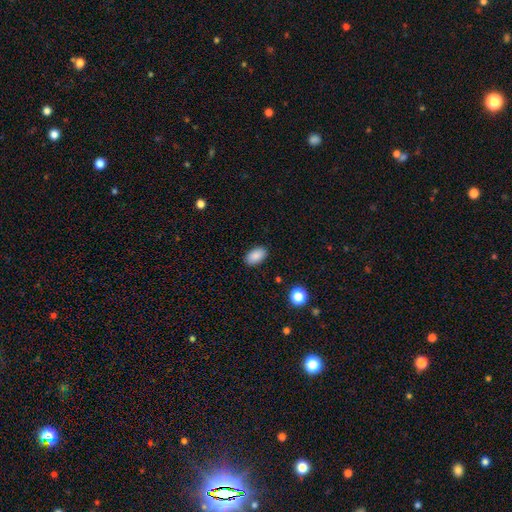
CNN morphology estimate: This appears to be a smooth galaxy with no disk features (88%) that is in between round and cigar-shaped (93%). Merging: none (88%).